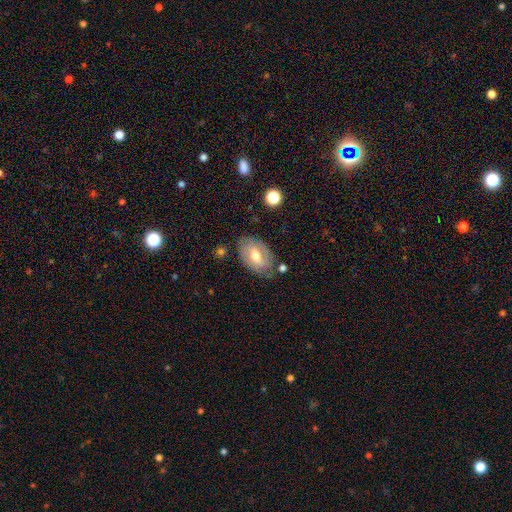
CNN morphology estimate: type=featured or disk (54%); edge-on=no (93%); bar=weak (49%); spiral arms=yes (65%); bulge=moderate (73%); merging=none (75%).